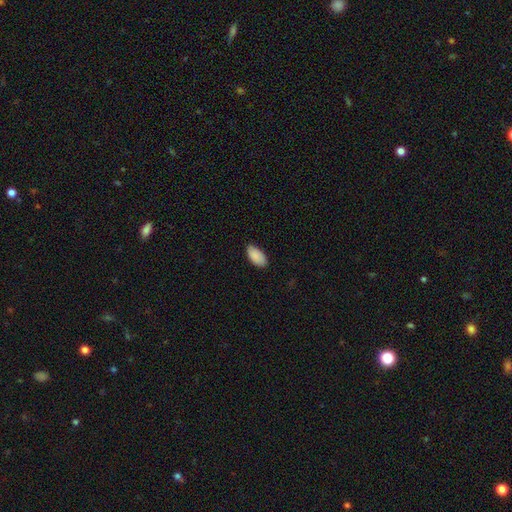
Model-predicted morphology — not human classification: The model was most divided on "merging": none: 82%, minor disturbance: 15%, major disturbance: 2%, merger: 1%. More confident: how rounded — in between (95%); smooth or featured — smooth (89%).